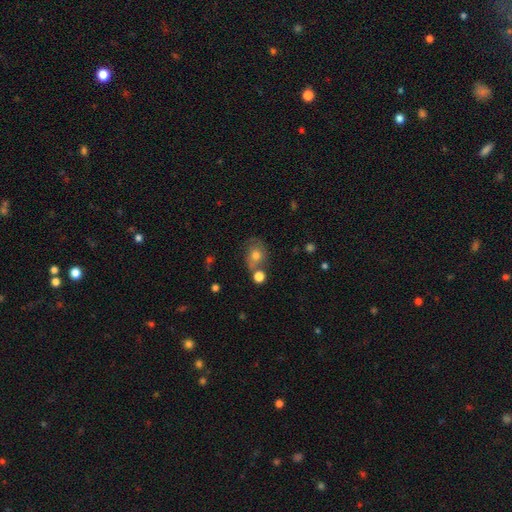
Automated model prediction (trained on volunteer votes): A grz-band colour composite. It shows a smooth galaxy with no disk features (63%) that is round (58%). Merging: none (52%).